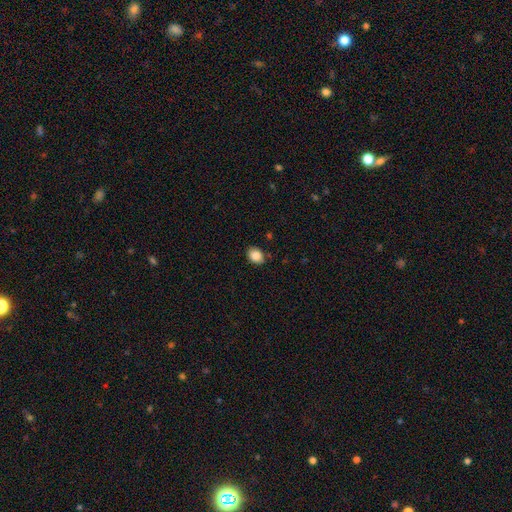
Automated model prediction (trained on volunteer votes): The model was most divided on "how rounded": in between: 63%, round: 36%, cigar-shaped: 1%. More confident: smooth or featured — smooth (88%); merging — none (84%).